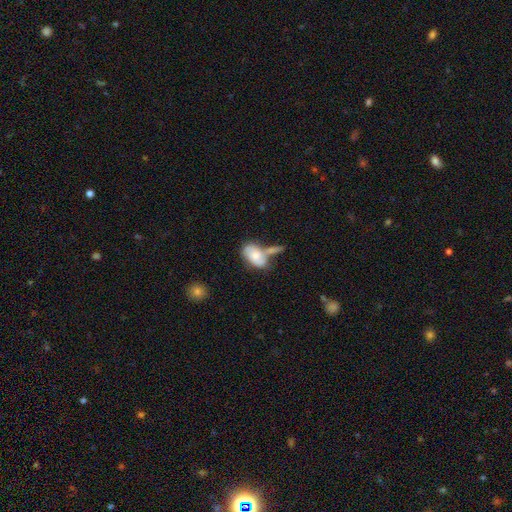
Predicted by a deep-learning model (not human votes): smooth 53%, featured or disk 40%, star or artifact 7%. Down the decision tree: how rounded — in between (89%); merging — merger (41%).